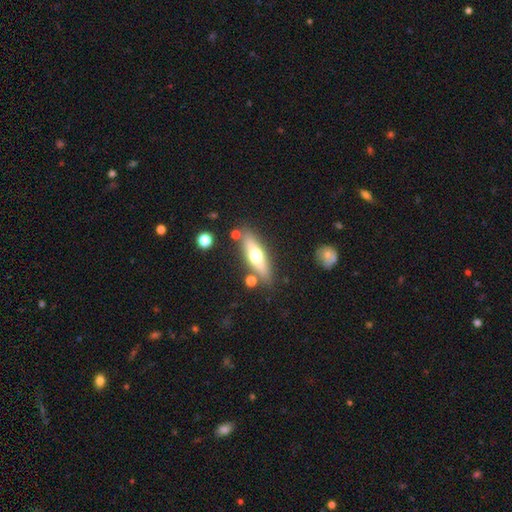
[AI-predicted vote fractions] This appears to be a smooth galaxy with no disk features (49%). Merging: none (80%).